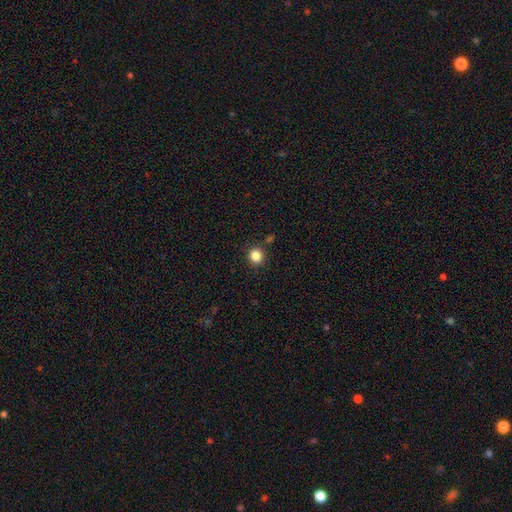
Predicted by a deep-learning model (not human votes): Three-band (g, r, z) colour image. It shows a smooth galaxy with no disk features (85%) that is round (85%). Merging: none (87%).